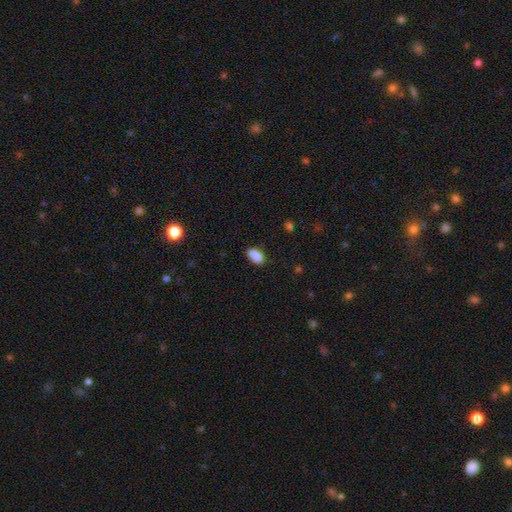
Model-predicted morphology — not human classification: smooth-or-featured: smooth: 89% | star or artifact: 8% | featured or disk: 3%
  how-rounded: in between: 92% | round: 5% | cigar-shaped: 3%
  merging: none: 82% | minor disturbance: 13% | major disturbance: 3% | merger: 2%